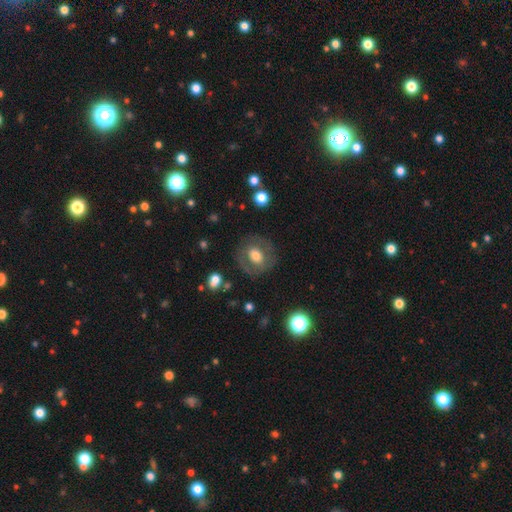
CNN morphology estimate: Smooth or featured?
  - smooth: 51% *
  - featured or disk: 42%
  - star or artifact: 8%
How rounded?
  - round: 71% *
  - in between: 28%
  - cigar-shaped: 1%
Merging?
  - none: 77% *
  - minor disturbance: 13%
  - major disturbance: 8%
  - merger: 2%